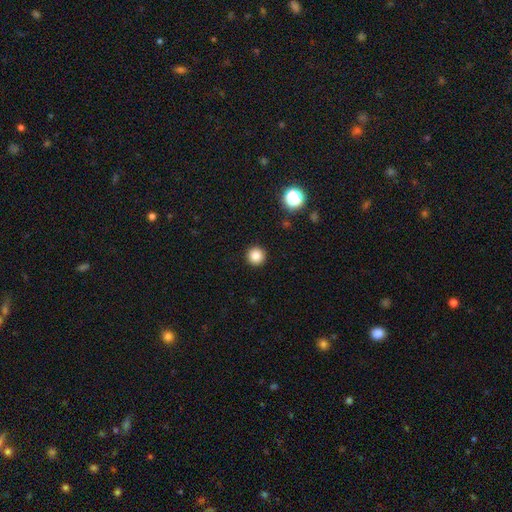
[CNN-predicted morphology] A smooth galaxy with no disk features (84%) that is round (96%). Merging: none (93%).